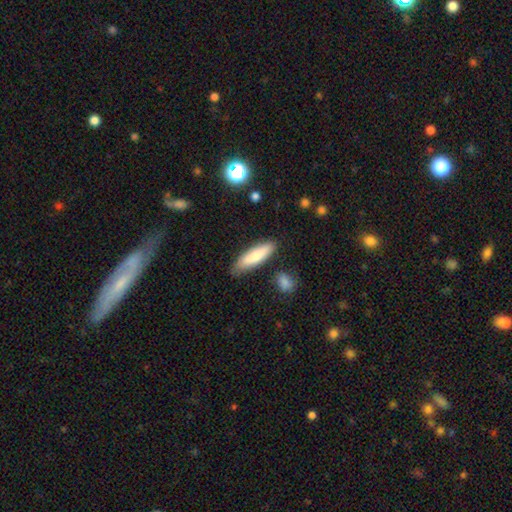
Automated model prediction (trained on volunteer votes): Q: Smooth or featured?
A: smooth (78%); runner-up: featured or disk (16%)
Q: How rounded?
A: cigar-shaped (60%); runner-up: in between (39%)
Q: Merging?
A: none (78%); runner-up: minor disturbance (15%)